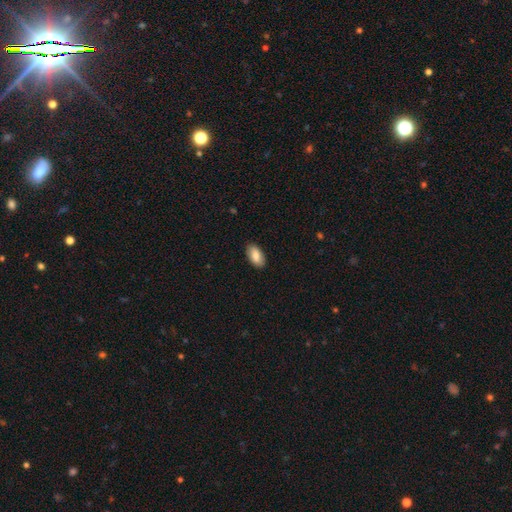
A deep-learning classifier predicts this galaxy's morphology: Q: Smooth or featured?
A: smooth (86%); runner-up: featured or disk (7%)
Q: How rounded?
A: in between (94%); runner-up: round (3%)
Q: Merging?
A: none (88%); runner-up: minor disturbance (9%)